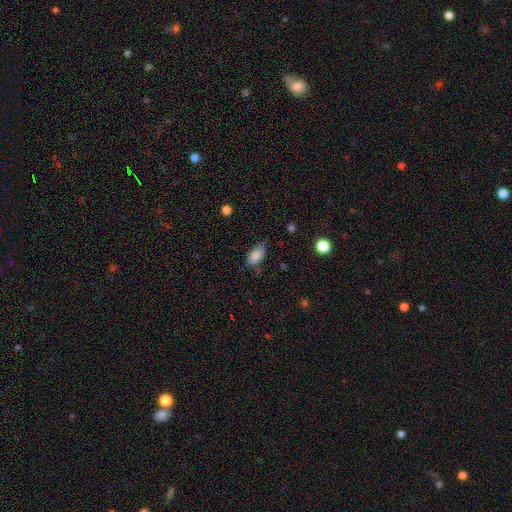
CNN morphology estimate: Smooth or featured? smooth (85%)
How rounded? in between (91%)
Merging? none (56%)